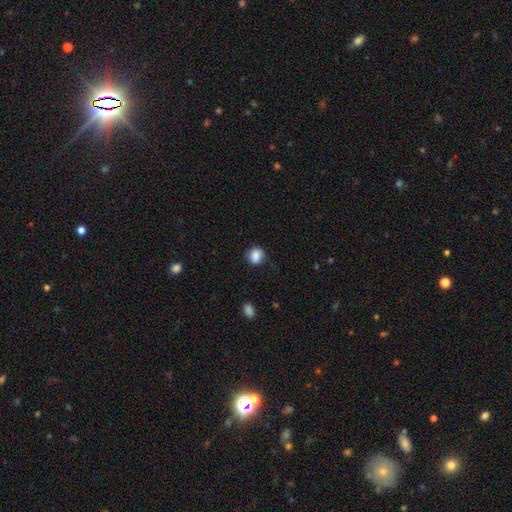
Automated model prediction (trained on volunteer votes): A smooth galaxy with no disk features (84%) that is round (70%).

Vote fractions:
- Smooth or featured? smooth: 84% / star or artifact: 9% / featured or disk: 7%
- How rounded? round: 70% / in between: 29% / cigar-shaped: 1%
- Merging? none: 71% / minor disturbance: 22% / major disturbance: 6% / merger: 1%